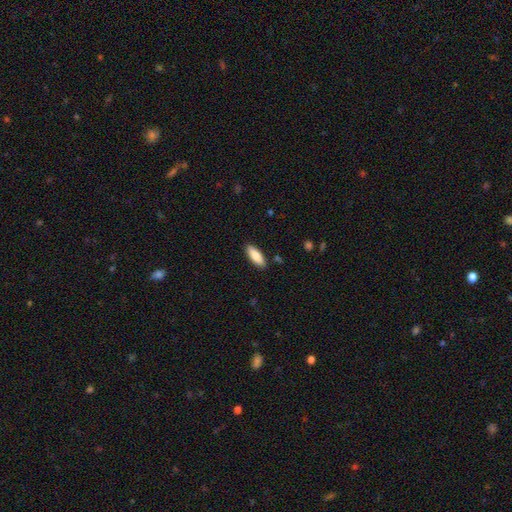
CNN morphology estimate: smooth_or_featured: smooth (p=0.84) [alt: featured or disk p=0.11]
how_rounded: in between (p=0.62) [alt: cigar-shaped p=0.36]
merging: none (p=0.88) [alt: minor disturbance p=0.09]